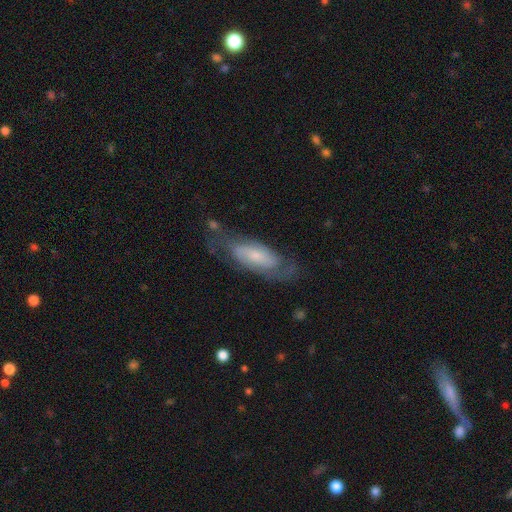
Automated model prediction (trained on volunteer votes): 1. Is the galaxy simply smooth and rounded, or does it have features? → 64% featured or disk, 29% smooth, 7% star or artifact.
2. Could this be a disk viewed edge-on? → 87% no, 13% yes.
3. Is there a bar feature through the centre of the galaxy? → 57% no, 33% weak, 10% strong.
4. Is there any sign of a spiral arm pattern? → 85% yes, 15% no.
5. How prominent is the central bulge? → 51% small, 29% moderate, 11% none, 7% large, 2% dominant.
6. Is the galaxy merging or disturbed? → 61% none, 23% minor disturbance, 14% major disturbance, 2% merger.